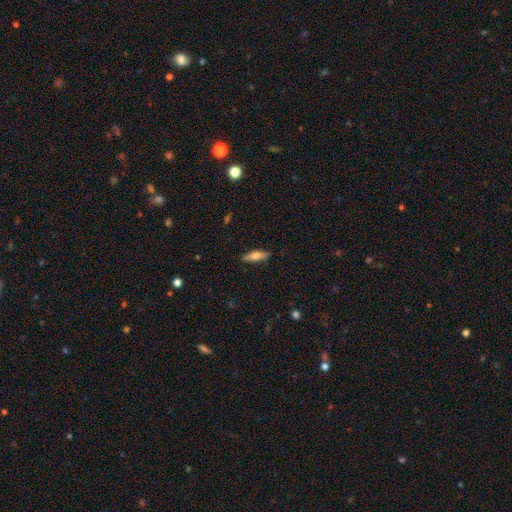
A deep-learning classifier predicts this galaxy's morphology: Overall: smooth (63%; featured or disk 30%). How rounded: cigar-shaped (49%, tied with in between). Merging: none (87%).